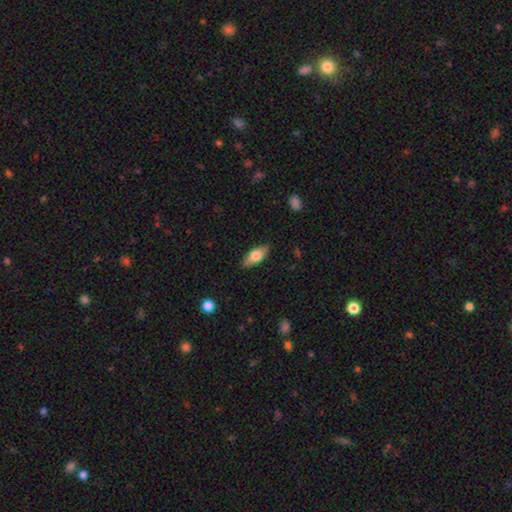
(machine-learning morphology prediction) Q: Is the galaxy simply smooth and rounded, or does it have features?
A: smooth — 68%.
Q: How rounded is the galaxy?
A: in between — 81%.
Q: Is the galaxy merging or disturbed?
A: none — 86%.